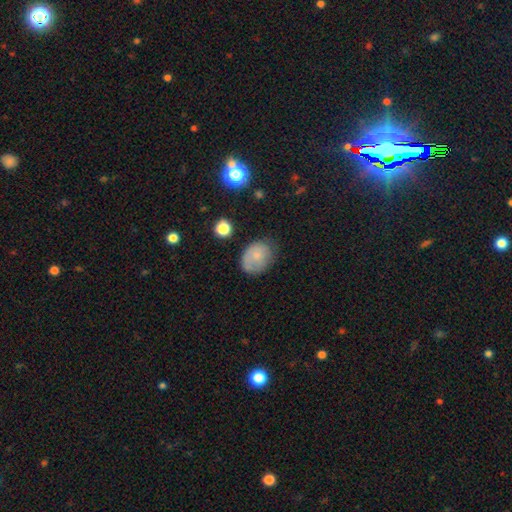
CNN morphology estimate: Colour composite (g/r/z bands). It shows a smooth galaxy with no disk features (72%) that is in between round and cigar-shaped (61%). Merging: none (60%).